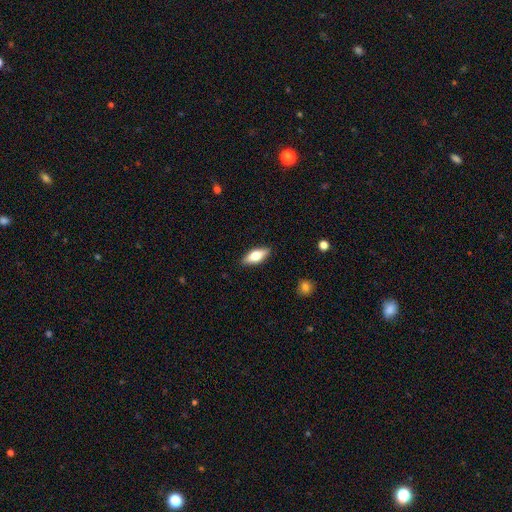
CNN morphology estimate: Smooth or featured?
  - smooth: 59% *
  - featured or disk: 34%
  - star or artifact: 6%
How rounded?
  - in between: 70% *
  - cigar-shaped: 26%
  - round: 3%
Merging?
  - none: 88% *
  - minor disturbance: 9%
  - major disturbance: 2%
  - merger: 1%